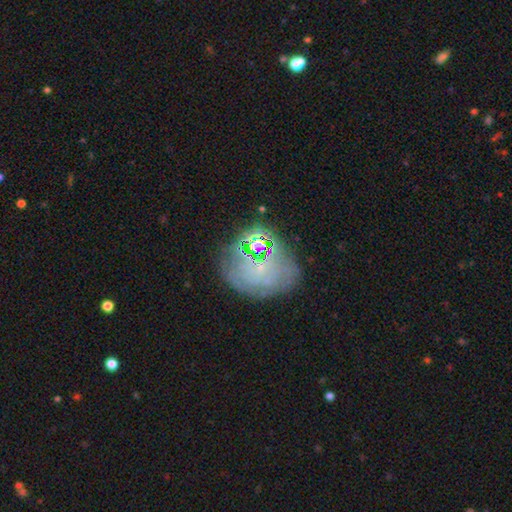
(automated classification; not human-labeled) Q: Smooth or featured?
A: featured or disk (40%); runner-up: star or artifact (33%)
Q: Merging?
A: none (69%); runner-up: minor disturbance (16%)